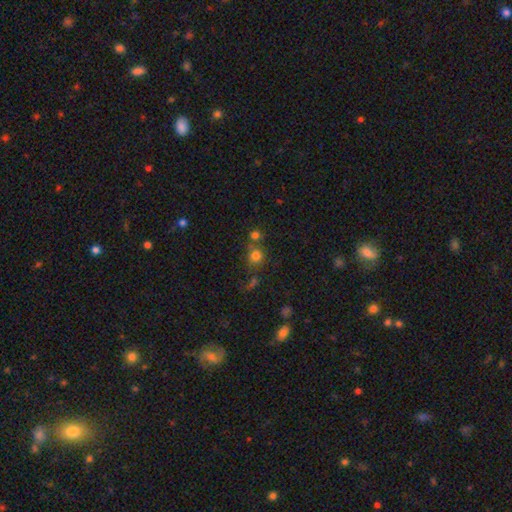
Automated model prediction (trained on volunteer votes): Smooth or featured?
  - smooth: 74% *
  - star or artifact: 17%
  - featured or disk: 9%
How rounded?
  - round: 85% *
  - in between: 14%
  - cigar-shaped: 1%
Merging?
  - none: 60% *
  - merger: 25%
  - minor disturbance: 10%
  - major disturbance: 5%